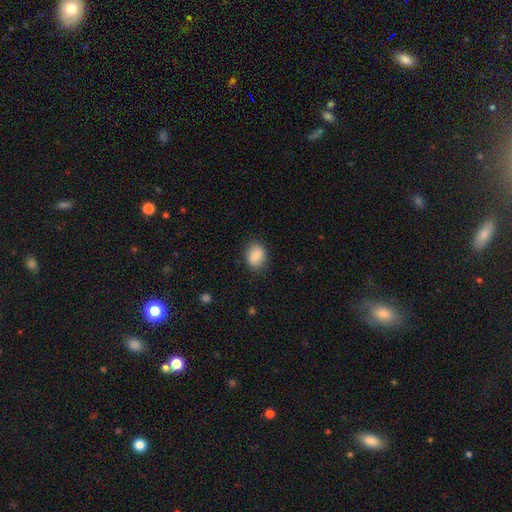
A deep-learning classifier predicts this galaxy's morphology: Q: Smooth or featured?
A: smooth (86%); runner-up: star or artifact (7%)
Q: How rounded?
A: in between (62%); runner-up: round (37%)
Q: Merging?
A: none (84%); runner-up: minor disturbance (12%)